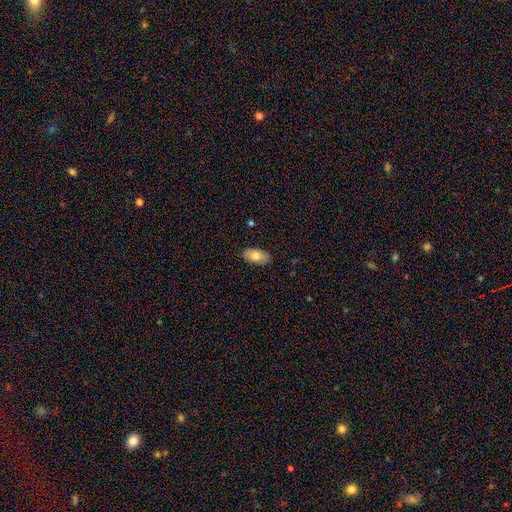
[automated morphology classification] Q: Smooth or featured?
A: smooth (79%); runner-up: featured or disk (14%)
Q: How rounded?
A: in between (93%); runner-up: cigar-shaped (4%)
Q: Merging?
A: none (88%); runner-up: minor disturbance (9%)